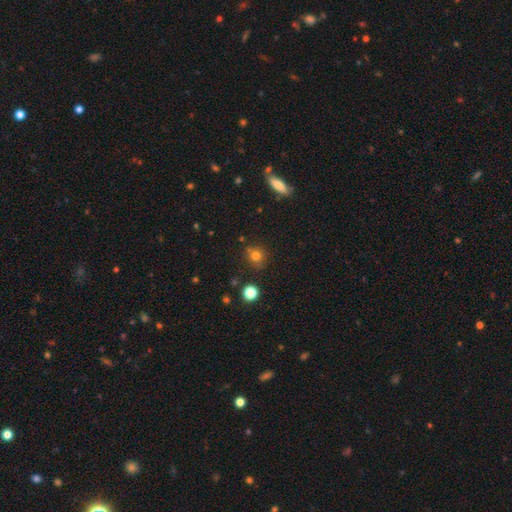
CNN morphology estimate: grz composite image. It shows a smooth galaxy with no disk features (75%) that is round (84%). Merging: none (75%).